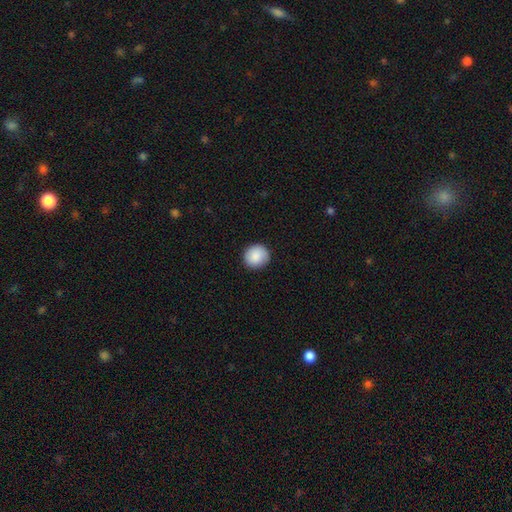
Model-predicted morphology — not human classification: type=smooth (88%); roundness=round (91%); merging=none (90%).